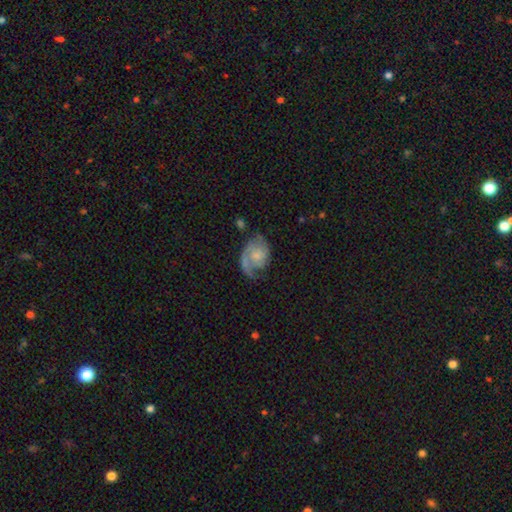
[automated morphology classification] A featured or disk galaxy (74%) with no bar (73%), 2 (51%) medium (41%) spiral arms (92%) and a small central bulge (54%). Merging: none (52%).